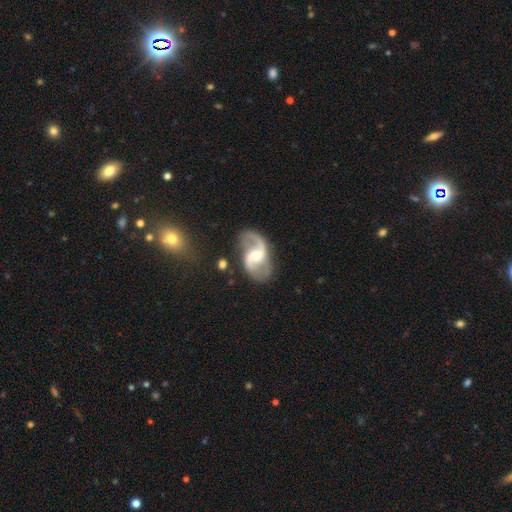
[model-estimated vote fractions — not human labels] Smooth or featured? featured or disk (89%)
Edge-on disk? no (97%)
Bar? weak (49%)
Spiral arms? yes (97%)
Spiral winding? loose (54%)
Spiral arm count? 2 (91%)
Bulge size? moderate (53%)
Merging? none (75%)